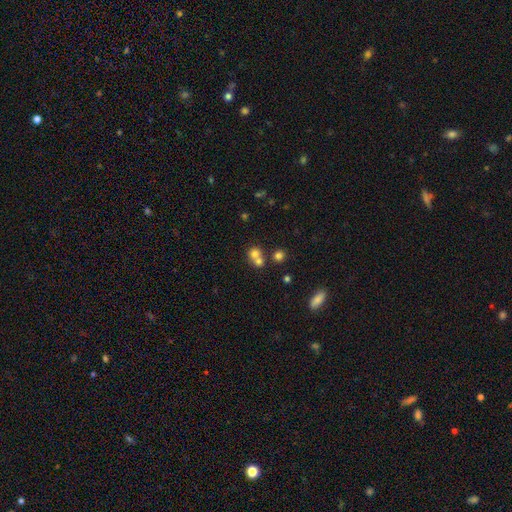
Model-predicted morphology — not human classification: The model was most divided on "merging": merger: 55%, none: 37%, minor disturbance: 5%, major disturbance: 3%. More confident: how rounded — round (80%); smooth or featured — smooth (71%).